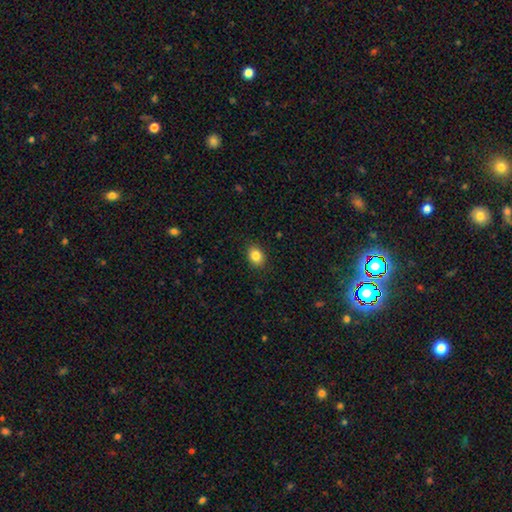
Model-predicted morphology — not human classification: type=smooth (85%); roundness=in between (62%); merging=none (89%).